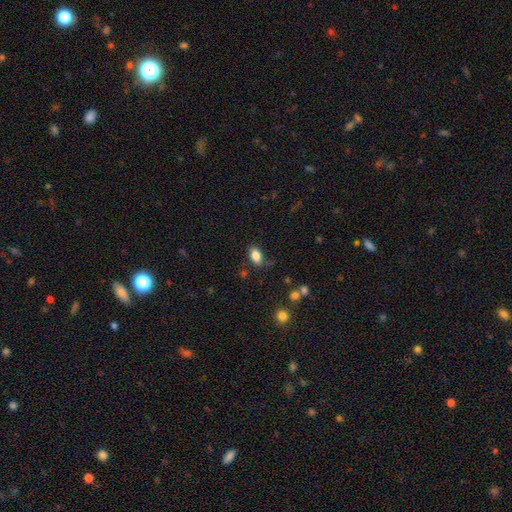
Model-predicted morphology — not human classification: Q: Smooth or featured?
A: smooth (83%); runner-up: star or artifact (9%)
Q: How rounded?
A: in between (89%); runner-up: round (7%)
Q: Merging?
A: none (77%); runner-up: minor disturbance (16%)